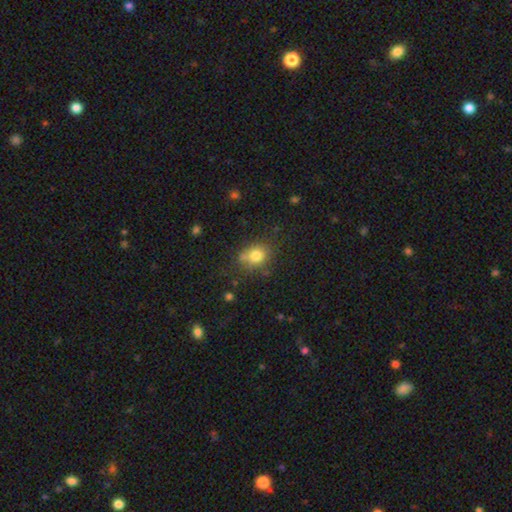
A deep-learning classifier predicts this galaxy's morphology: Smooth or featured: smooth — 78% (star or artifact — 12%)
How rounded: round — 64% (in between — 35%)
Merging: none — 66% (minor disturbance — 18%)